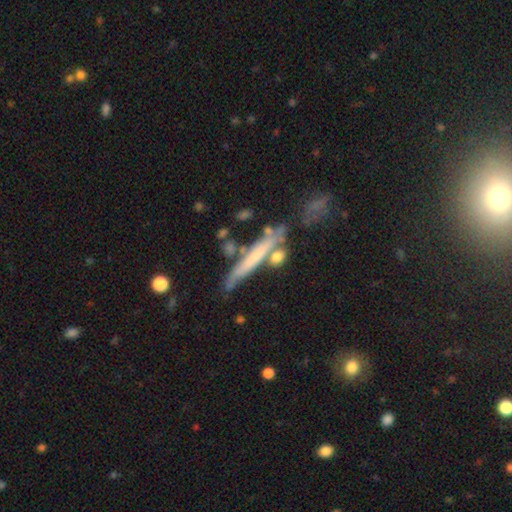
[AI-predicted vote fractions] Q: Smooth or featured?
A: featured or disk (47%); runner-up: smooth (45%)
Q: Merging?
A: none (58%); runner-up: minor disturbance (19%)